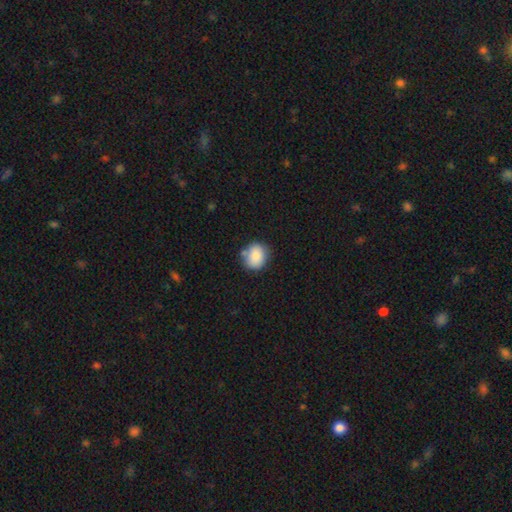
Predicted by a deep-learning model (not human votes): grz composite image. It shows a smooth galaxy with no disk features (82%) that is round (73%). Merging: none (71%).